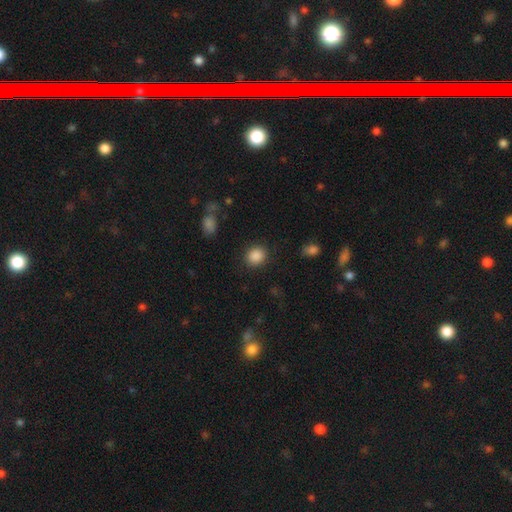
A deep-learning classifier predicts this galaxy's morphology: smooth 88%, star or artifact 9%, featured or disk 3%. Down the decision tree: how rounded — round (76%); merging — none (88%).